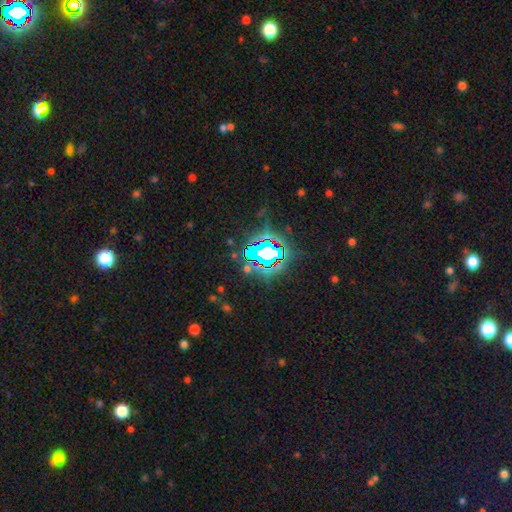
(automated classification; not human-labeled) smooth_or_featured: star or artifact (p=0.80) [alt: smooth p=0.11]